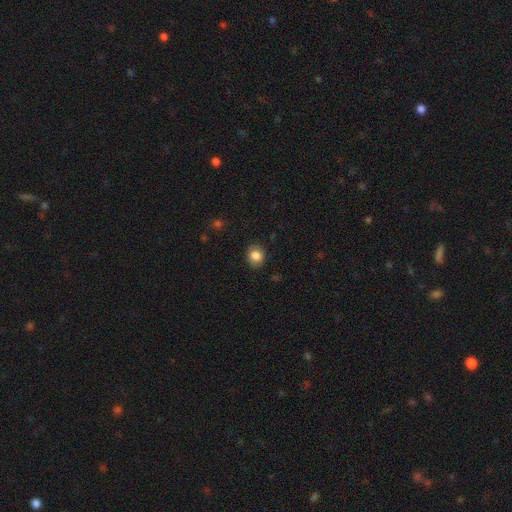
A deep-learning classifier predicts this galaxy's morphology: type=smooth (85%); roundness=round (70%); merging=none (87%).